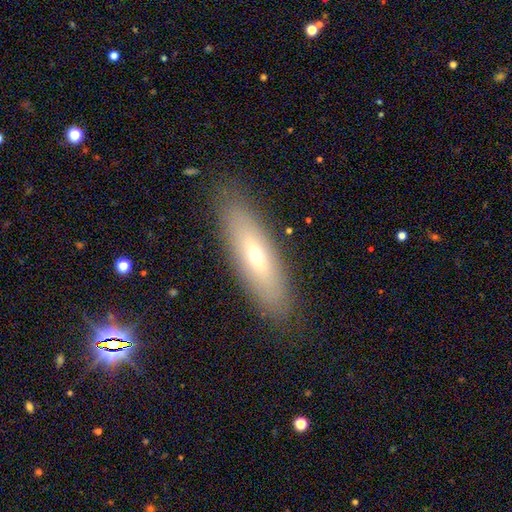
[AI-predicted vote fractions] The model was most divided on "smooth or featured": smooth: 49%, featured or disk: 41%, star or artifact: 10%. More confident: merging — none (87%).